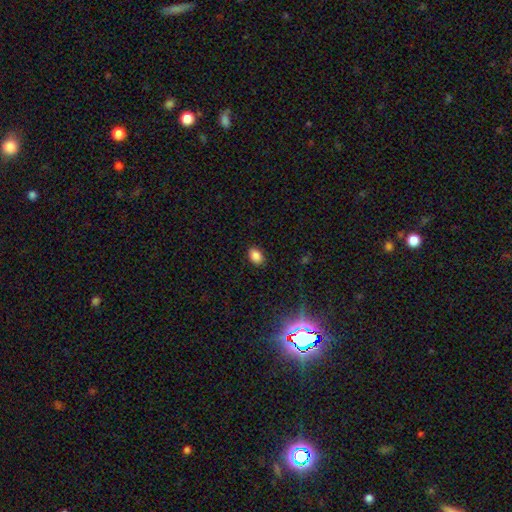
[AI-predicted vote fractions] Smooth or featured? Predicted: smooth (p=0.84). How rounded? Predicted: in between (p=0.83). Merging? Predicted: none (p=0.88).